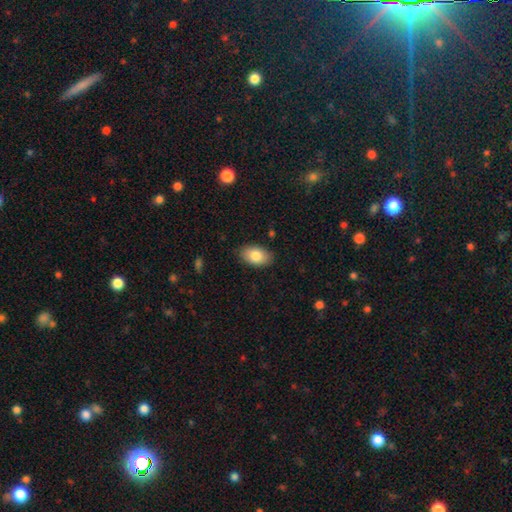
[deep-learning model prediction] Q: Smooth or featured?
A: smooth (83%); runner-up: featured or disk (10%)
Q: How rounded?
A: in between (92%); runner-up: round (6%)
Q: Merging?
A: none (87%); runner-up: minor disturbance (10%)